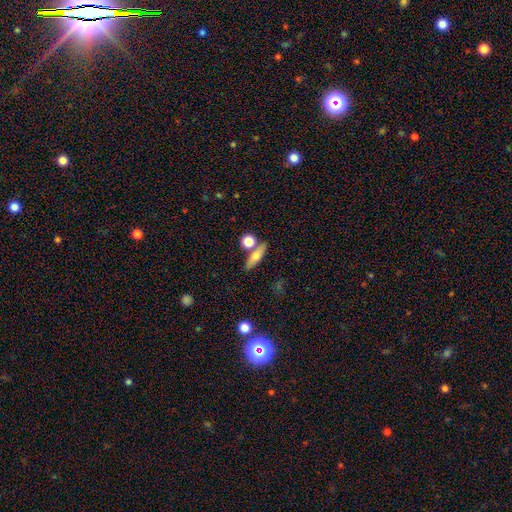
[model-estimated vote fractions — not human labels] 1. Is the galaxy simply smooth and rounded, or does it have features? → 59% smooth, 33% featured or disk, 8% star or artifact.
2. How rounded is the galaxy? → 53% cigar-shaped, 34% in between, 13% round.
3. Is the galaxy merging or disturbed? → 69% none, 18% merger, 10% minor disturbance, 3% major disturbance.